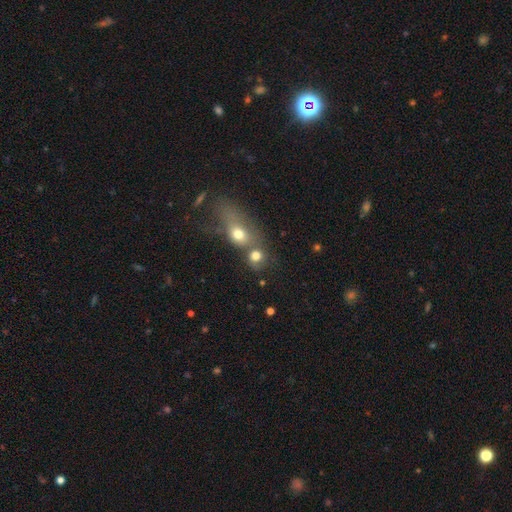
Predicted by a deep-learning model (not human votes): Smooth or featured?
  - smooth: 75% *
  - featured or disk: 13%
  - star or artifact: 12%
How rounded?
  - round: 71% *
  - in between: 27%
  - cigar-shaped: 2%
Merging?
  - merger: 52% *
  - none: 32%
  - minor disturbance: 9%
  - major disturbance: 8%